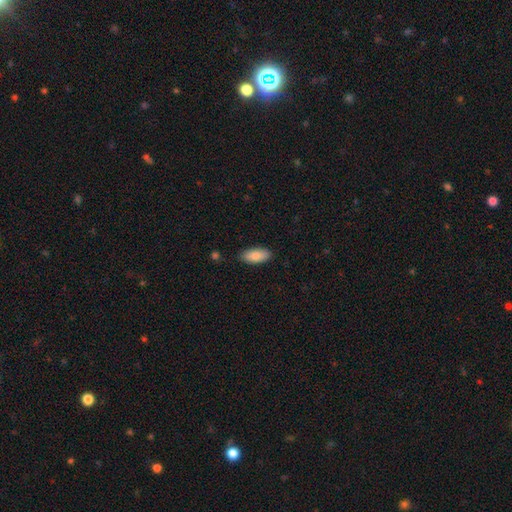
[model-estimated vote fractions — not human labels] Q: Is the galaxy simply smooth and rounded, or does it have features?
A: smooth — 86%.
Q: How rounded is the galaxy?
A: in between — 87%.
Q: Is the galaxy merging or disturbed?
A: none — 85%.